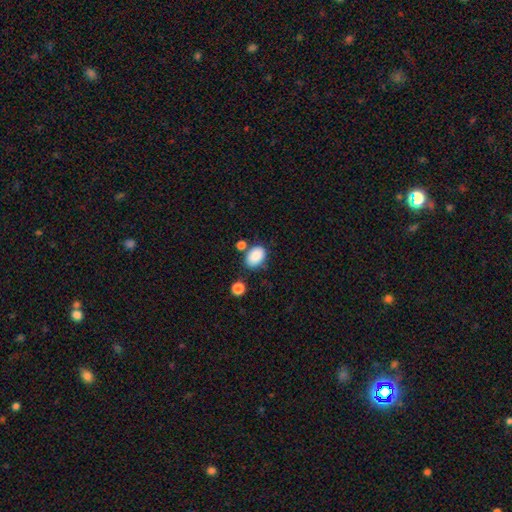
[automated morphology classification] Smooth or featured: smooth — 87% (star or artifact — 8%)
How rounded: in between — 80% (round — 19%)
Merging: none — 68% (minor disturbance — 17%)